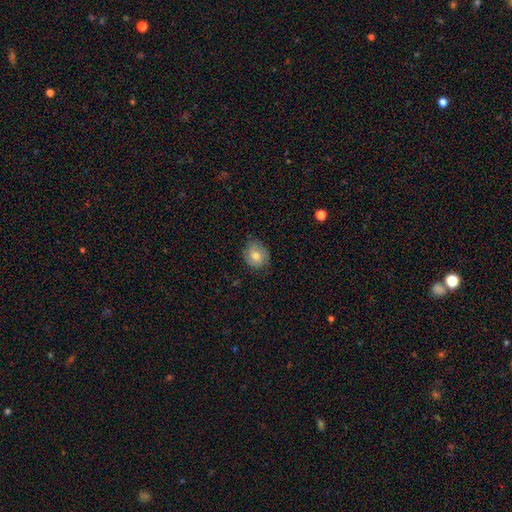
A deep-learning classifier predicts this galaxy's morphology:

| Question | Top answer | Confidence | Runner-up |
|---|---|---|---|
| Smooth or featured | smooth | 68% | featured or disk (23%) |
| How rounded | round | 69% | in between (30%) |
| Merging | none | 75% | minor disturbance (20%) |